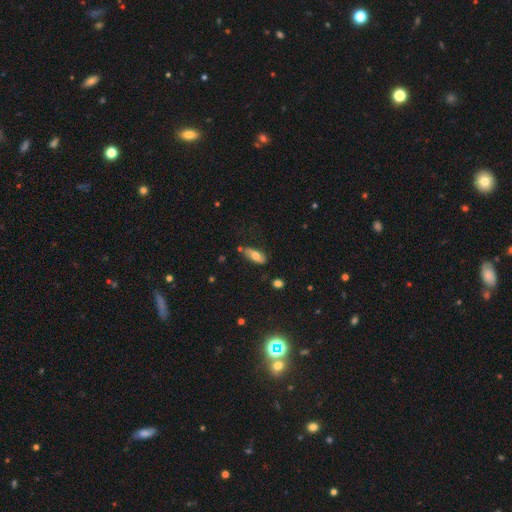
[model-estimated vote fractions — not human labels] Overall: smooth (69%). How rounded: in between (78%). Merging: none (65%).